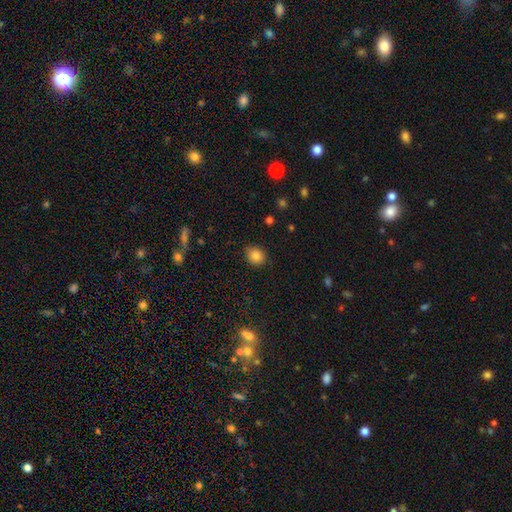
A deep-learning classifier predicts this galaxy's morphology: A smooth galaxy with no disk features (84%) that is round (66%).

Vote fractions:
- Smooth or featured? smooth: 84% / star or artifact: 11% / featured or disk: 5%
- How rounded? round: 66% / in between: 33% / cigar-shaped: 1%
- Merging? none: 83% / minor disturbance: 13% / major disturbance: 3% / merger: 1%